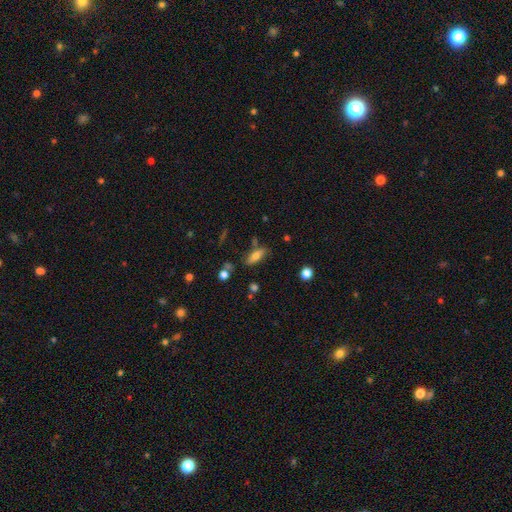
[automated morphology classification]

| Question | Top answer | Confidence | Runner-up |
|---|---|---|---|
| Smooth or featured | smooth | 65% | featured or disk (25%) |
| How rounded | in between | 60% | cigar-shaped (37%) |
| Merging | none | 70% | minor disturbance (18%) |